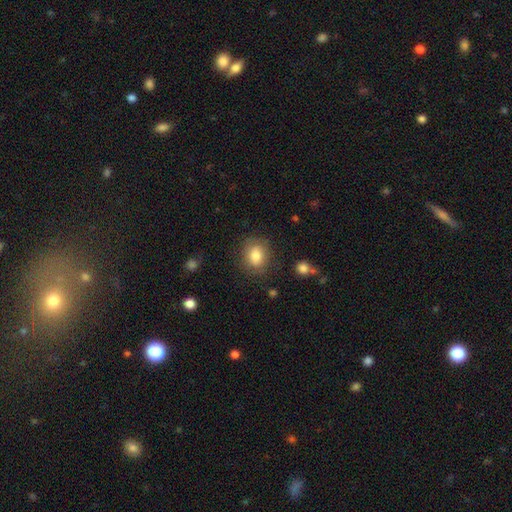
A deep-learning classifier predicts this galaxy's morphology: smooth 83%, star or artifact 9%, featured or disk 9%. Down the decision tree: how rounded — round (53%); merging — none (80%).